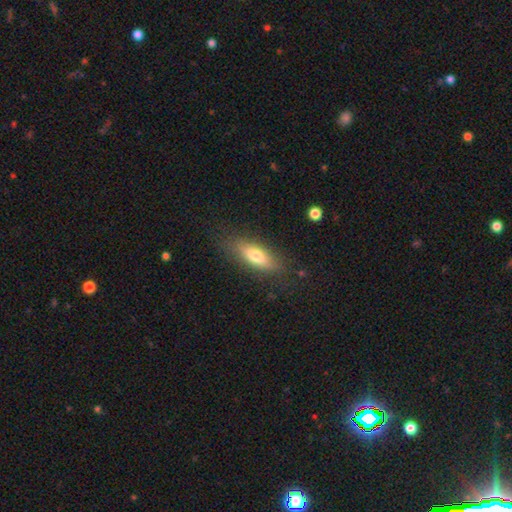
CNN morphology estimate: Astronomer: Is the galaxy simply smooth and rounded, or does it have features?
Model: smooth — 70%.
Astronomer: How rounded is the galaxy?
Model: in between — 59% (runner-up: cigar-shaped, 38%).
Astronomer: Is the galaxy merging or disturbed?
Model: none — 81%.